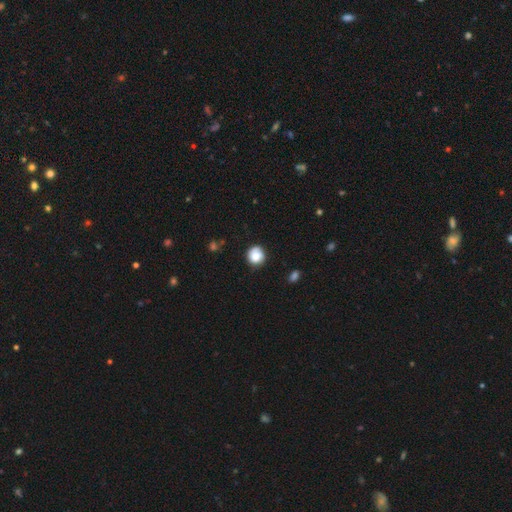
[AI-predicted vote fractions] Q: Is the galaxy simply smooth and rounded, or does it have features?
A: smooth — 80%.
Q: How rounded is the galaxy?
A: round — 86%.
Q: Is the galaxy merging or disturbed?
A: none — 73%.